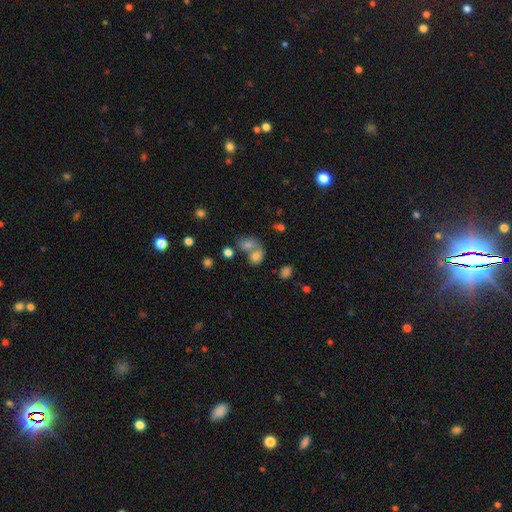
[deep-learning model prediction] Smooth or featured: smooth — 71% (featured or disk — 16%)
How rounded: in between — 60% (round — 39%)
Merging: merger — 59% (none — 26%)